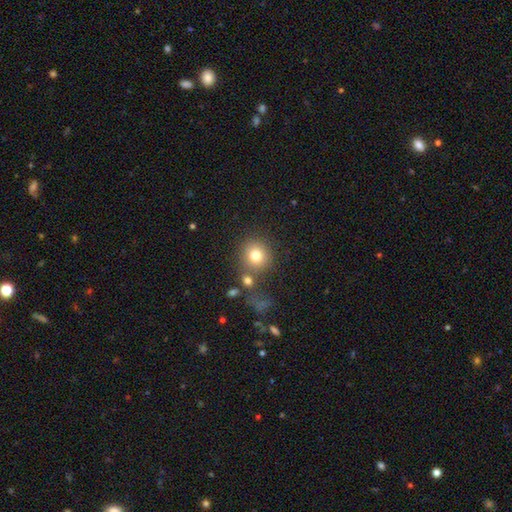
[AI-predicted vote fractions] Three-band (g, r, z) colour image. It shows a smooth galaxy with no disk features (78%) that is round (89%). Merging: none (70%).